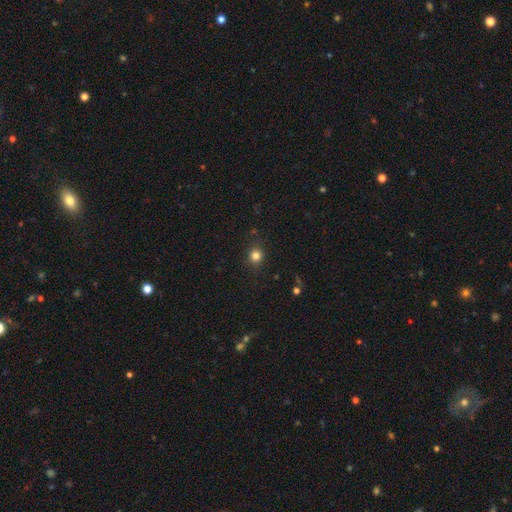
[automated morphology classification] smooth-or-featured: smooth: 82% | star or artifact: 13% | featured or disk: 5%
  how-rounded: round: 86% | in between: 13% | cigar-shaped: 1%
  merging: none: 87% | minor disturbance: 9% | major disturbance: 3% | merger: 1%